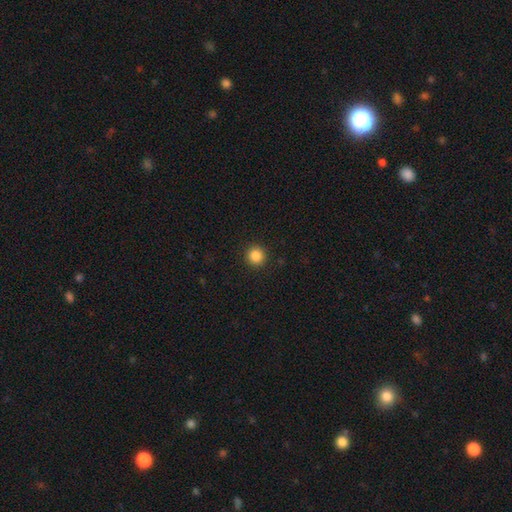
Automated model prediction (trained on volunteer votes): Morphology: type=smooth (86%); roundness=round (94%); merging=none (92%).